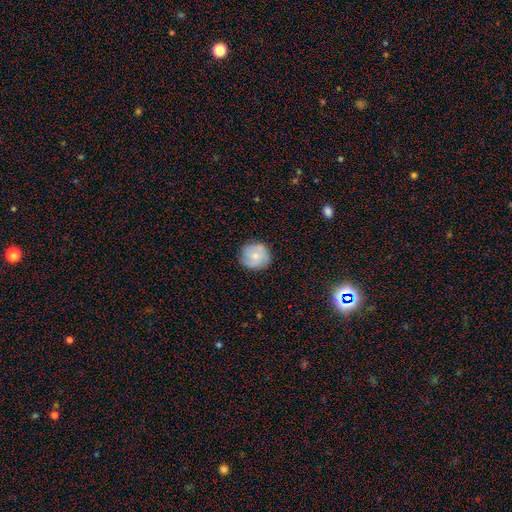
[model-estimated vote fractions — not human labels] This appears to be a smooth galaxy with no disk features (59%) that is round (90%). Merging: none (80%).